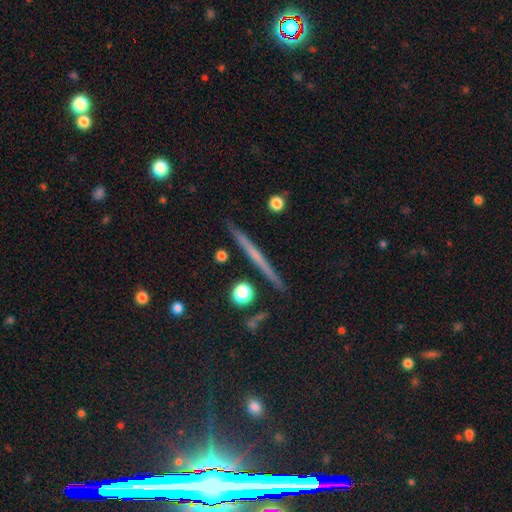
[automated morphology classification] Q: Smooth or featured?
A: featured or disk (54%); runner-up: smooth (35%)
Q: Edge-on disk?
A: yes (97%); runner-up: no (3%)
Q: Edge-on bulge?
A: none (83%); runner-up: rounded (12%)
Q: Merging?
A: none (91%); runner-up: minor disturbance (6%)